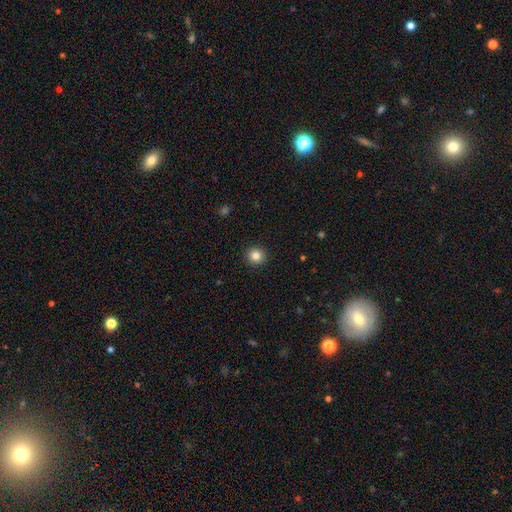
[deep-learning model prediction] This appears to be a smooth galaxy with no disk features (83%) that is round (92%). Merging: none (93%).